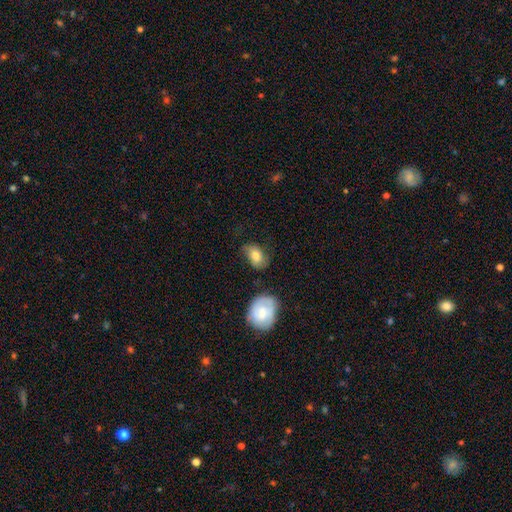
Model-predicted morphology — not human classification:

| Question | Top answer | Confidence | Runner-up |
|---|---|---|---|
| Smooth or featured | smooth | 75% | featured or disk (18%) |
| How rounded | in between | 83% | round (16%) |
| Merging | none | 56% | minor disturbance (29%) |